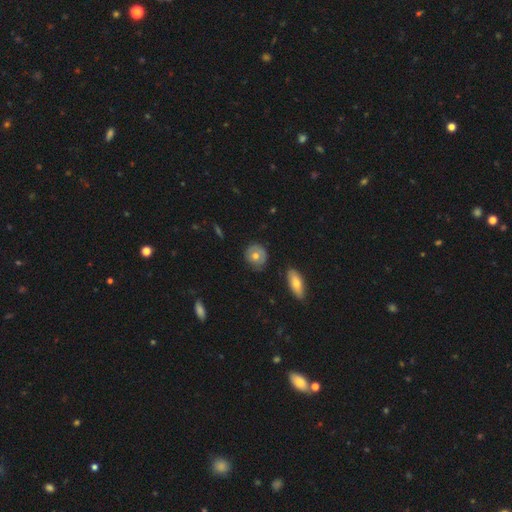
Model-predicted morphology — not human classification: Smooth or featured? smooth (59%)
How rounded? round (82%)
Merging? none (79%)